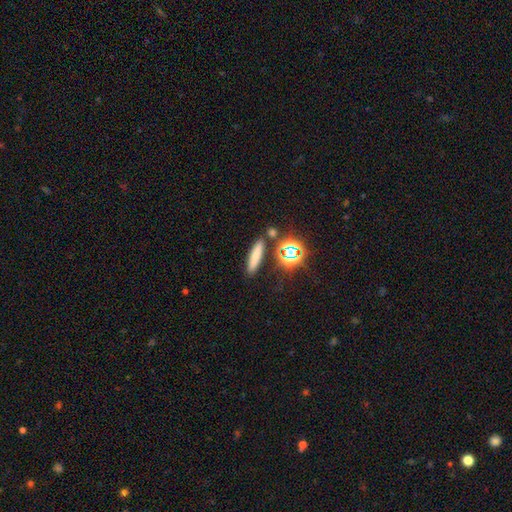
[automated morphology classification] Overall: smooth (70%). How rounded: cigar-shaped (74%). Merging: none (84%).